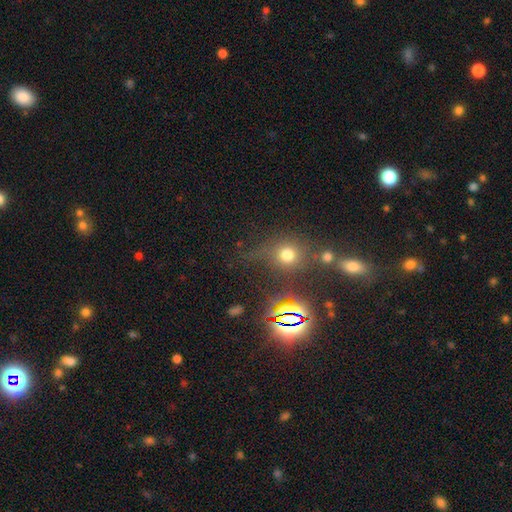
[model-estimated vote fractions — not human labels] Smooth or featured: star or artifact — 48% (smooth — 40%)